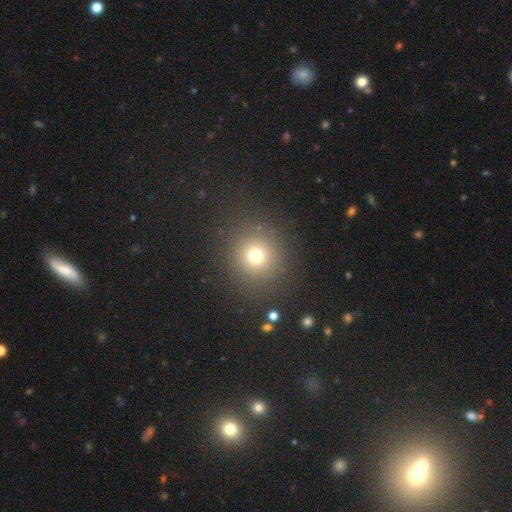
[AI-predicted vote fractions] Smooth or featured? Predicted: smooth (p=0.72). How rounded? Predicted: round (p=0.91). Merging? Predicted: none (p=0.86).